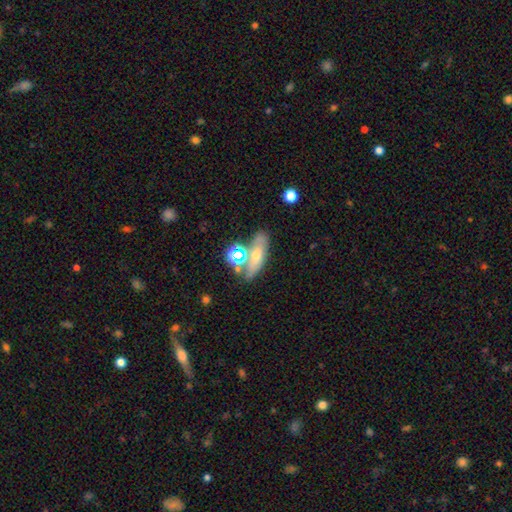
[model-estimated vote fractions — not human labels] A smooth galaxy with no disk features (46%). Merging: none (54%).